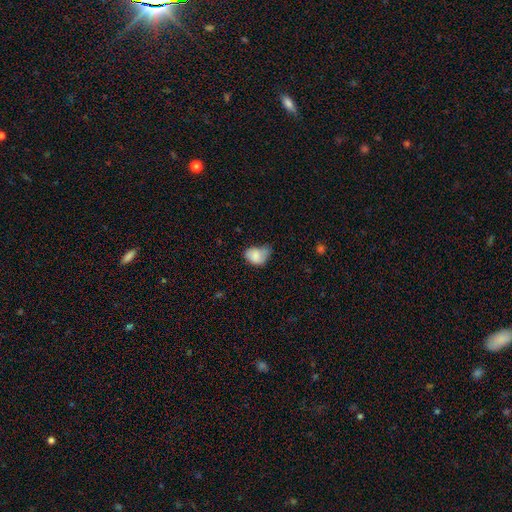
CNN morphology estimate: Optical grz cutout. It shows a smooth galaxy with no disk features (77%) that is in between round and cigar-shaped (67%). Merging: minor disturbance (45%).